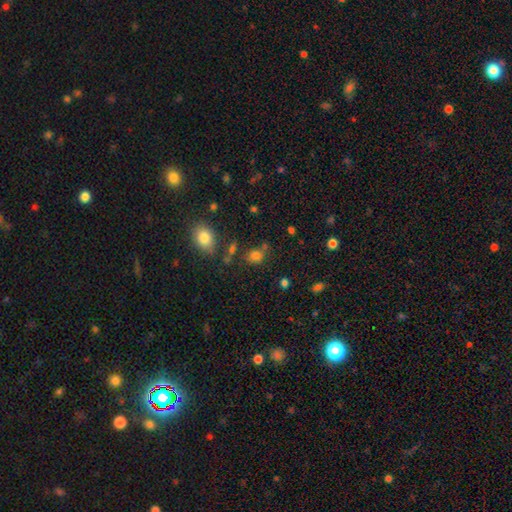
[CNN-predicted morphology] smooth-or-featured: smooth: 77% | star or artifact: 16% | featured or disk: 7%
  how-rounded: round: 60% | in between: 39% | cigar-shaped: 2%
  merging: none: 62% | minor disturbance: 16% | merger: 15% | major disturbance: 7%